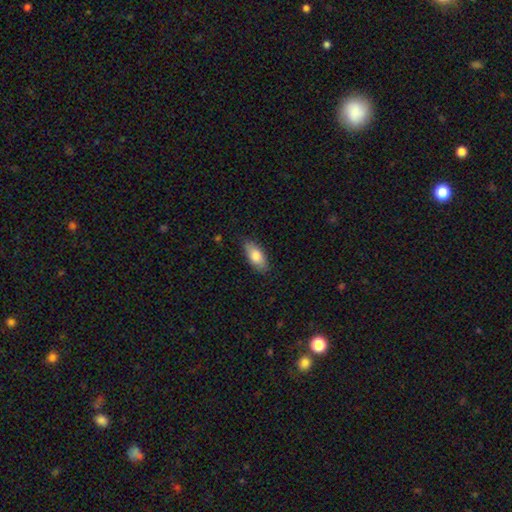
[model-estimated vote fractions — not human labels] This is clearly a smooth galaxy (82%). How rounded: clearly in between (86%). Merging: clearly none (83%).